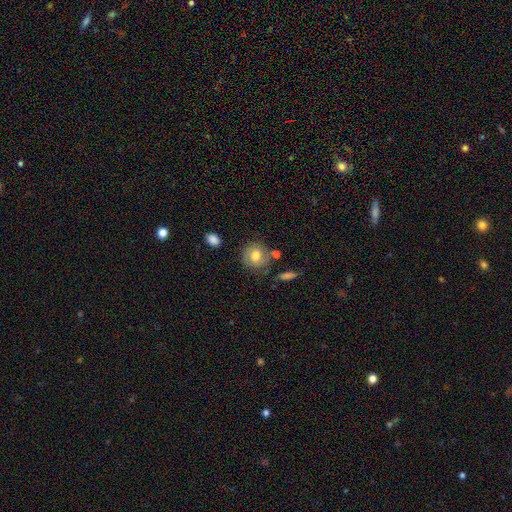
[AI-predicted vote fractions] Overall: smooth (65%; featured or disk 27%). How rounded: round (79%). Merging: none (69%).